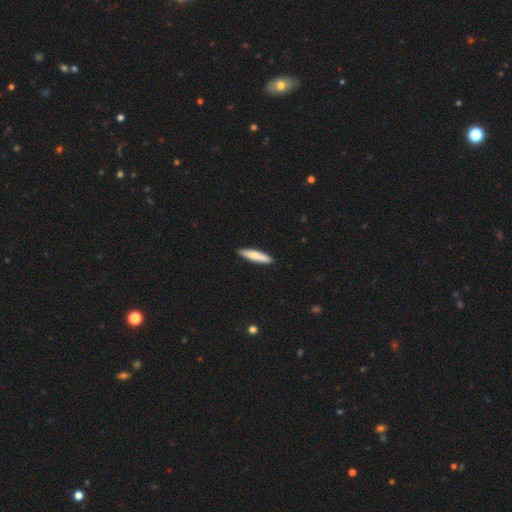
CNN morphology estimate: Q: Smooth or featured?
A: smooth (75%); runner-up: featured or disk (20%)
Q: How rounded?
A: cigar-shaped (84%); runner-up: in between (14%)
Q: Merging?
A: none (90%); runner-up: minor disturbance (7%)